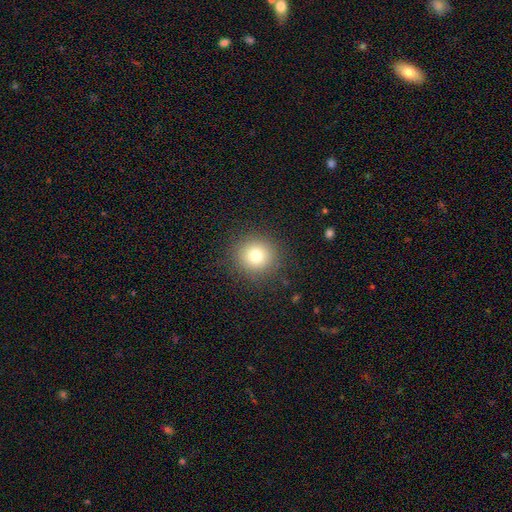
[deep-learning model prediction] Smooth or featured? smooth (77%)
How rounded? round (93%)
Merging? none (89%)